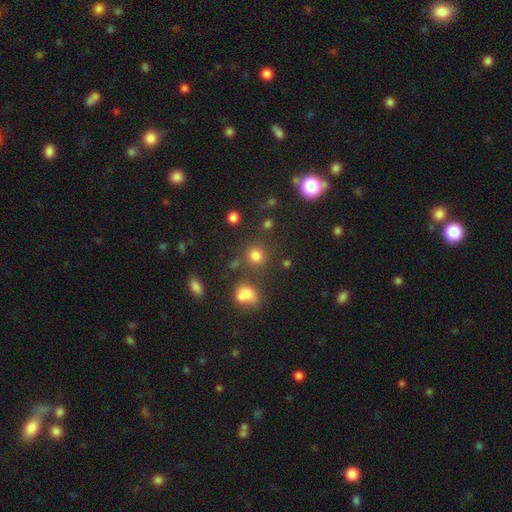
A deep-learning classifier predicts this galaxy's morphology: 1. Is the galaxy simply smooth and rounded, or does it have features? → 77% smooth, 17% star or artifact, 7% featured or disk.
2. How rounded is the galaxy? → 86% round, 13% in between, 1% cigar-shaped.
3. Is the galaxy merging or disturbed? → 75% none, 11% merger, 10% minor disturbance, 5% major disturbance.